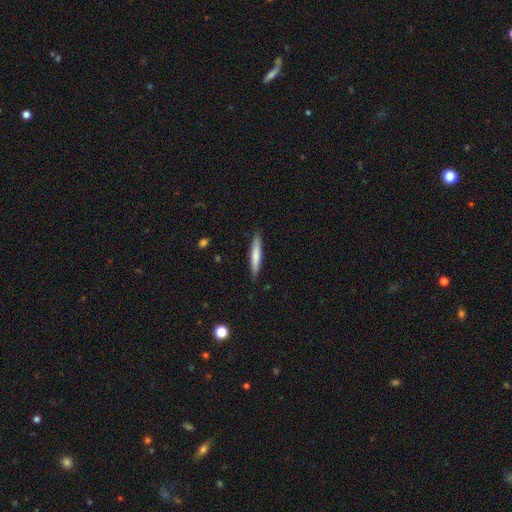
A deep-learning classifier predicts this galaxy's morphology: smooth_or_featured: smooth (p=0.73) [alt: featured or disk p=0.21]
how_rounded: cigar-shaped (p=0.91) [alt: in between p=0.08]
merging: none (p=0.88) [alt: minor disturbance p=0.09]